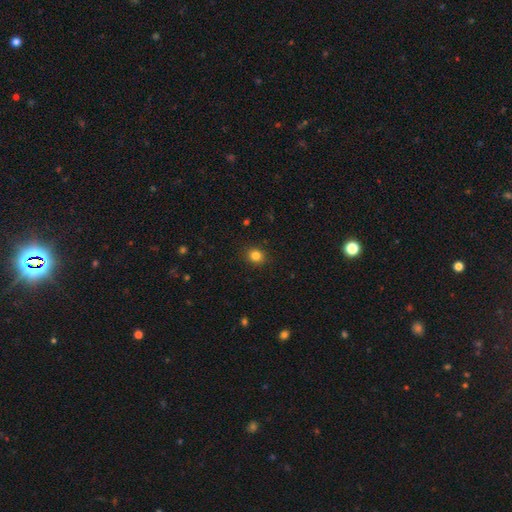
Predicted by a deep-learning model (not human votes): Q: Smooth or featured?
A: smooth (84%); runner-up: star or artifact (12%)
Q: How rounded?
A: round (78%); runner-up: in between (21%)
Q: Merging?
A: none (91%); runner-up: minor disturbance (6%)